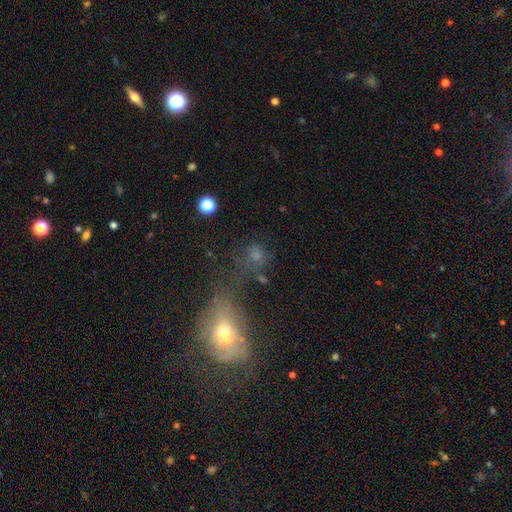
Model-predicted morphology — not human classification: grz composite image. It shows a smooth galaxy with no disk features (55%) that is round (56%). Merging: none (46%).